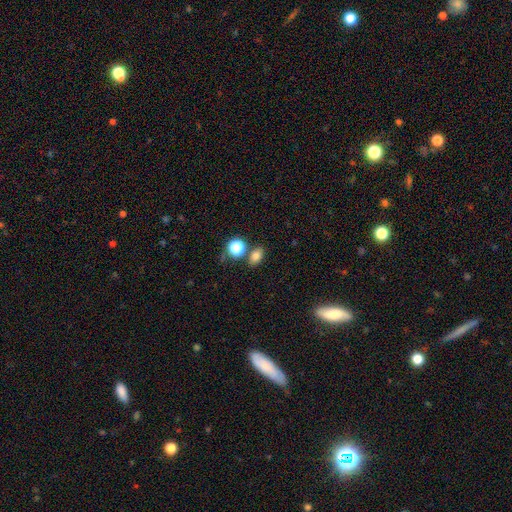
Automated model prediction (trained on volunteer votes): A smooth galaxy with no disk features (79%) that is in between round and cigar-shaped (71%).

Vote fractions:
- Smooth or featured? smooth: 79% / star or artifact: 14% / featured or disk: 7%
- How rounded? in between: 71% / round: 28% / cigar-shaped: 2%
- Merging? none: 73% / merger: 13% / minor disturbance: 11% / major disturbance: 3%